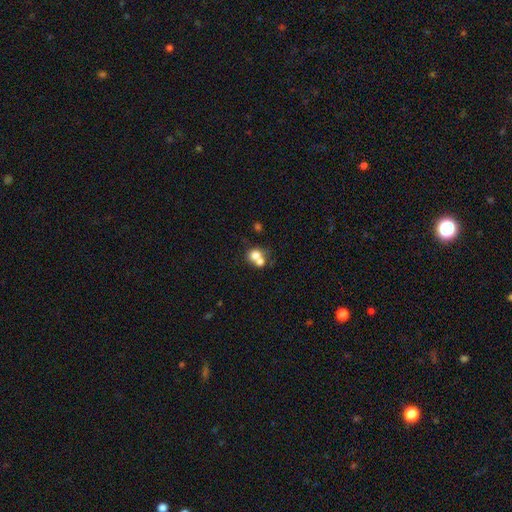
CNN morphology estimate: Smooth or featured? Predicted: smooth (p=0.73). How rounded? Predicted: round (p=0.76). Merging? Predicted: merger (p=0.57).